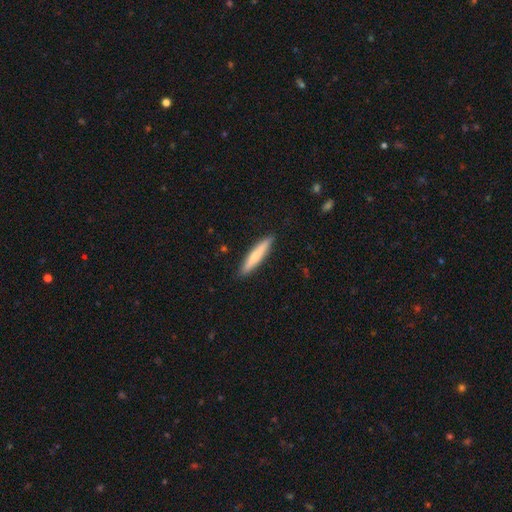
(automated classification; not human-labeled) Smooth or featured?
  - smooth: 66% *
  - featured or disk: 28%
  - star or artifact: 5%
How rounded?
  - cigar-shaped: 91% *
  - in between: 8%
  - round: 1%
Merging?
  - none: 90% *
  - minor disturbance: 7%
  - major disturbance: 2%
  - merger: 1%